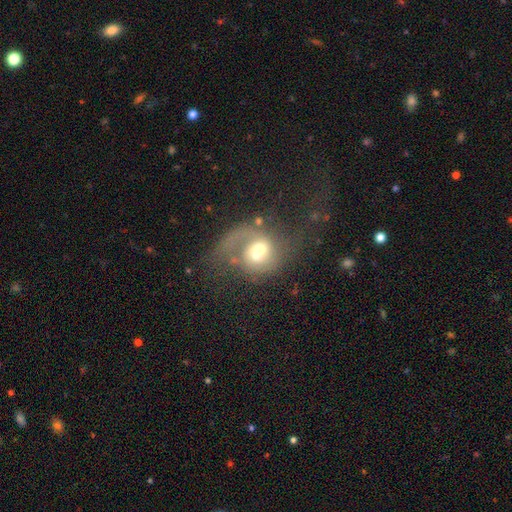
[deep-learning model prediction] featured or disk 62%, smooth 29%, star or artifact 9%. Down the decision tree: edge-on disk — no (97%); bar — no (70%); spiral arms — yes (77%); bulge size — moderate (63%); merging — merger (38%).